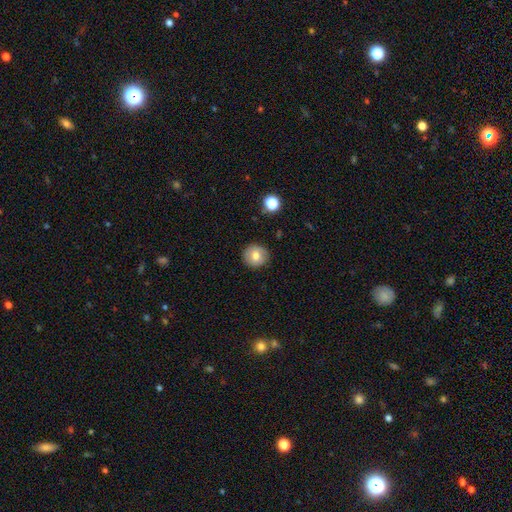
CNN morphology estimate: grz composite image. It shows a smooth galaxy with no disk features (73%) that is round (91%). Merging: none (89%).